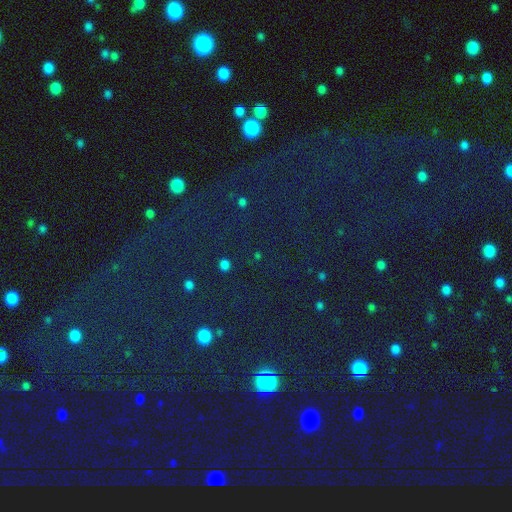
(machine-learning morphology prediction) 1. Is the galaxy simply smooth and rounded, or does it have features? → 82% star or artifact, 10% smooth, 8% featured or disk.